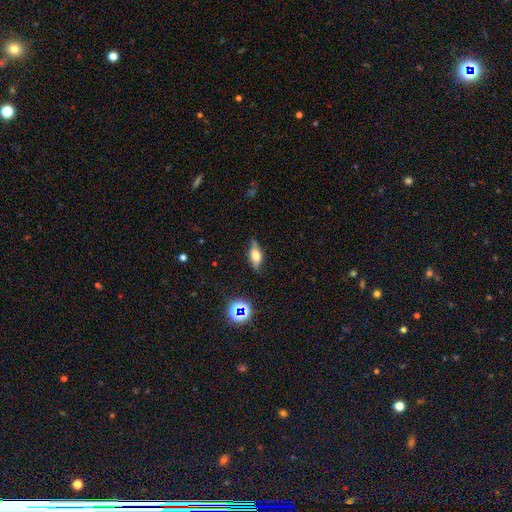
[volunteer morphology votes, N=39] Smooth or featured? 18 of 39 (46%) said smooth. How rounded? 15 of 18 (83%) said in between. Merging? 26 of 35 (74%) said none.